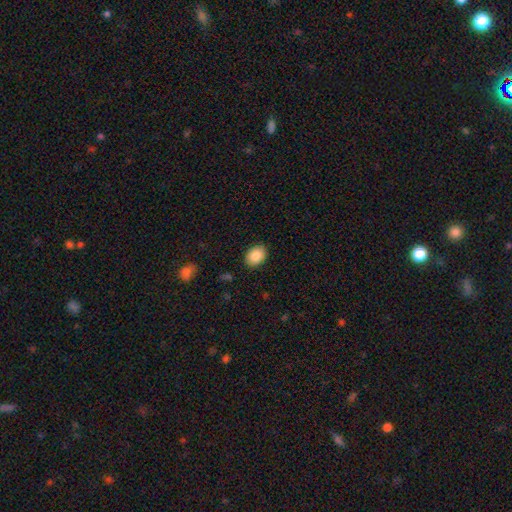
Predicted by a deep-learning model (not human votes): This appears to be a smooth galaxy with no disk features (88%) that is in between round and cigar-shaped (73%). Merging: none (88%).